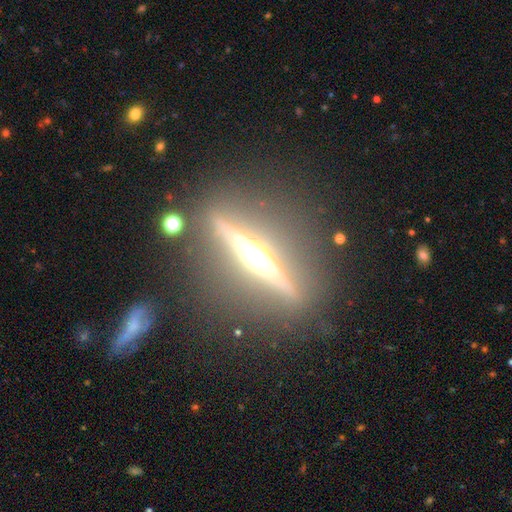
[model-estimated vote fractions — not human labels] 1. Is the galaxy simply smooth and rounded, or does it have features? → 82% featured or disk, 10% smooth, 8% star or artifact.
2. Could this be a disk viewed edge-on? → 96% yes, 4% no.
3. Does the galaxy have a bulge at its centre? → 91% rounded, 6% boxy, 4% none.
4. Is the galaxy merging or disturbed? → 85% none, 8% minor disturbance, 4% major disturbance, 3% merger.